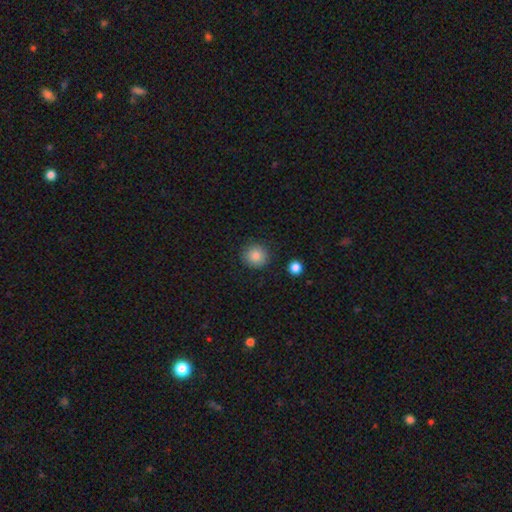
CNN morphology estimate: smooth_or_featured: smooth (p=0.86) [alt: star or artifact p=0.09]
how_rounded: round (p=0.91) [alt: in between p=0.08]
merging: none (p=0.88) [alt: minor disturbance p=0.07]